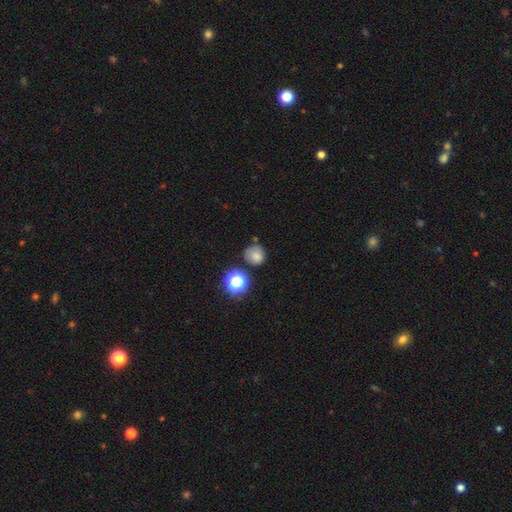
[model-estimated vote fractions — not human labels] This is likely a smooth galaxy (76%). How rounded: clearly round (87%). Merging: likely none (71%).